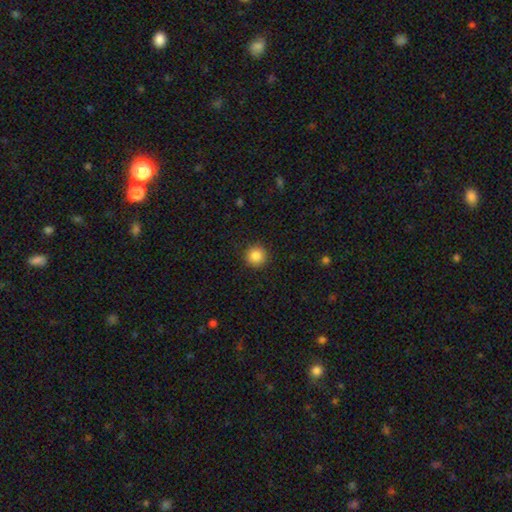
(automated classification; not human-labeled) Morphology: type=smooth (86%); roundness=round (94%); merging=none (91%).